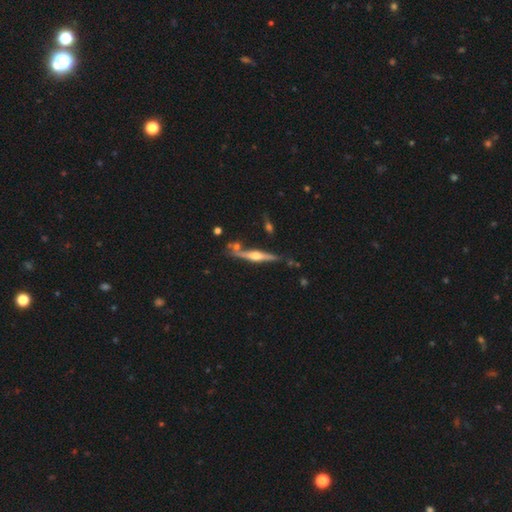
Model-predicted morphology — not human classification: type=featured or disk (73%); edge-on=yes (97%); edge-on bulge=rounded (93%); merging=none (74%).